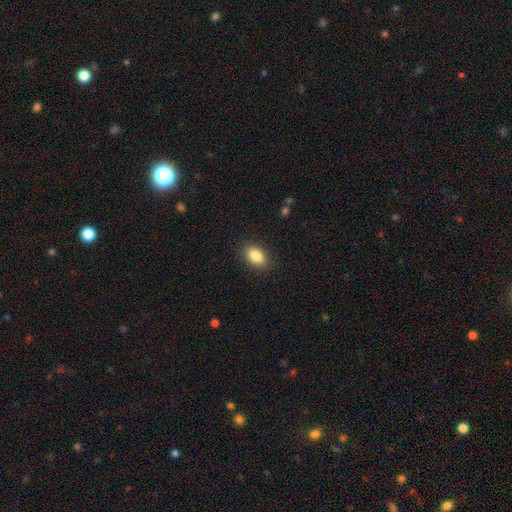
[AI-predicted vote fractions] This is clearly a smooth galaxy (85%). How rounded: clearly in between (86%). Merging: clearly none (88%).